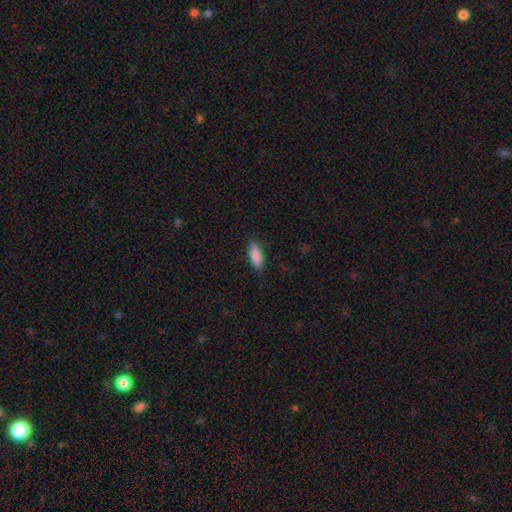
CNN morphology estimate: Q: Smooth or featured?
A: smooth (87%); runner-up: featured or disk (6%)
Q: How rounded?
A: in between (64%); runner-up: cigar-shaped (34%)
Q: Merging?
A: none (86%); runner-up: minor disturbance (11%)